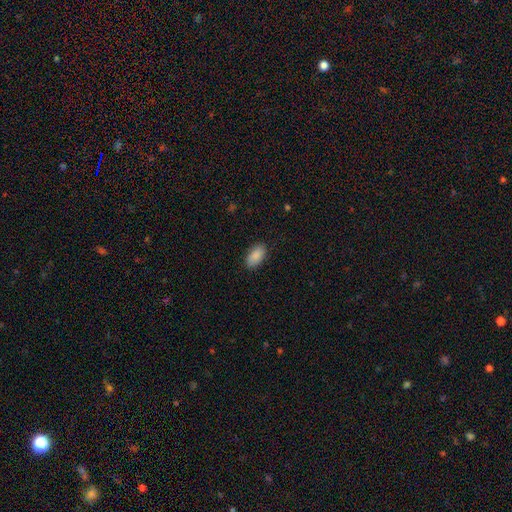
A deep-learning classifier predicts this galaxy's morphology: Smooth or featured?
  - smooth: 89% *
  - star or artifact: 7%
  - featured or disk: 4%
How rounded?
  - in between: 94% *
  - round: 3%
  - cigar-shaped: 3%
Merging?
  - none: 87% *
  - minor disturbance: 10%
  - major disturbance: 2%
  - merger: 1%